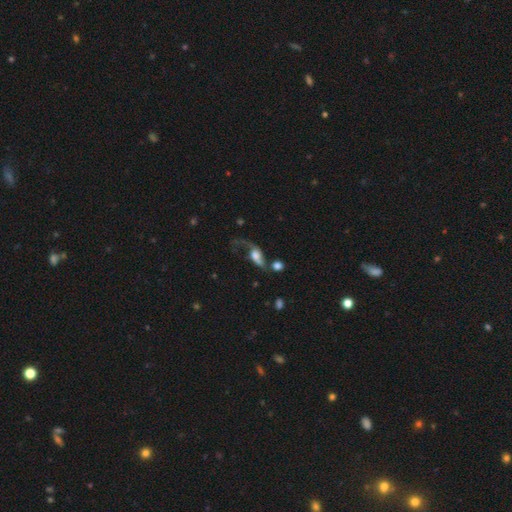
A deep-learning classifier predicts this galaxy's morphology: Q: Smooth or featured?
A: featured or disk (57%); runner-up: smooth (33%)
Q: Edge-on disk?
A: no (85%); runner-up: yes (15%)
Q: Merging?
A: major disturbance (34%); runner-up: none (29%)